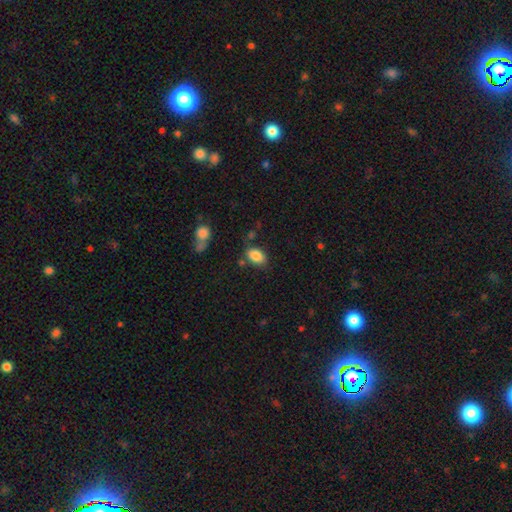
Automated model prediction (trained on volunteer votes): Q: Smooth or featured?
A: smooth (86%); runner-up: star or artifact (8%)
Q: How rounded?
A: in between (88%); runner-up: round (10%)
Q: Merging?
A: none (73%); runner-up: minor disturbance (17%)